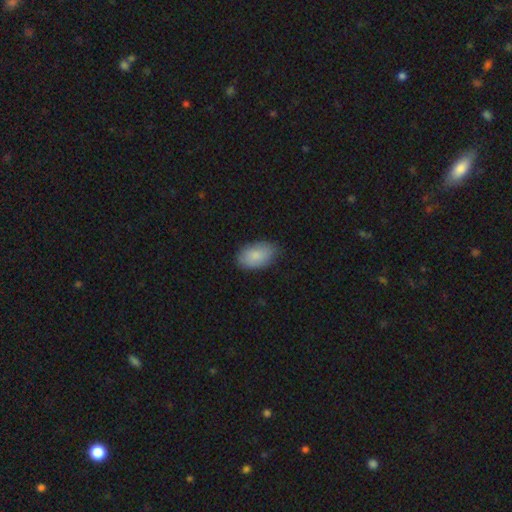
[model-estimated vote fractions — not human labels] Q: Smooth or featured?
A: smooth (85%); runner-up: featured or disk (9%)
Q: How rounded?
A: in between (91%); runner-up: round (8%)
Q: Merging?
A: none (78%); runner-up: minor disturbance (18%)